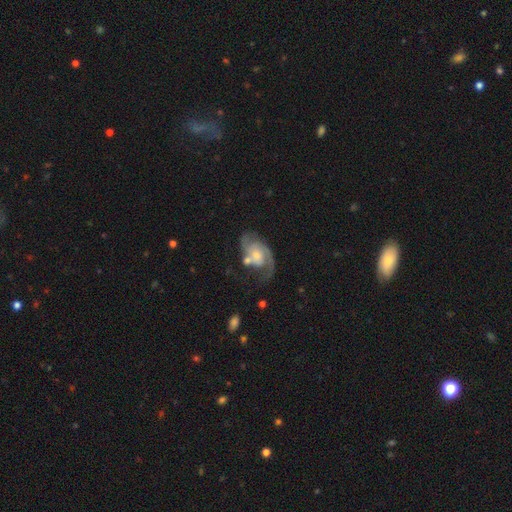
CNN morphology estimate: This is clearly a featured or disk galaxy (81%). It is clearly not viewed edge-on (97%). Bar: likely no (62%). Spiral arm pattern: clearly yes (93%). Spiral arm count: likely 2 (70%). Spiral winding: possibly medium (49%). Central bulge: possibly small (51%). Merging: marginally none (40%).